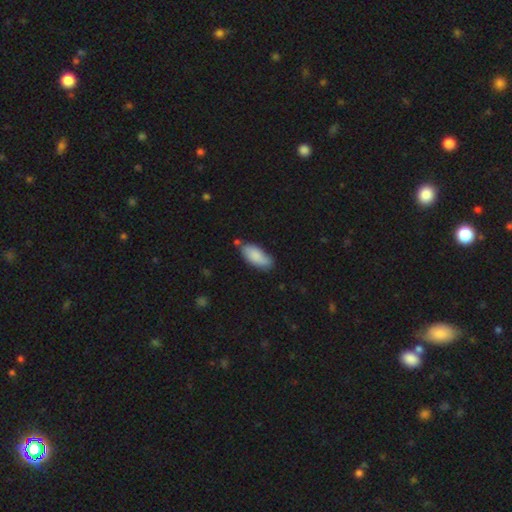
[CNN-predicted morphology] Overall: smooth (86%). How rounded: in between (85%). Merging: none (67%).